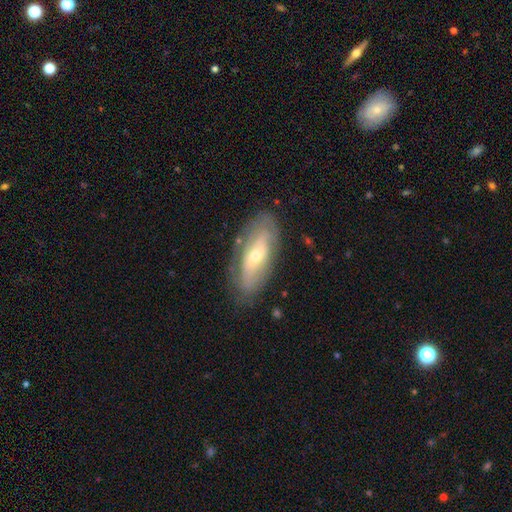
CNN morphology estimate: smooth-or-featured: featured or disk: 58% | smooth: 35% | star or artifact: 7%
  disk-edge-on: no: 79% | yes: 21%
  merging: none: 78% | minor disturbance: 16% | major disturbance: 5% | merger: 2%